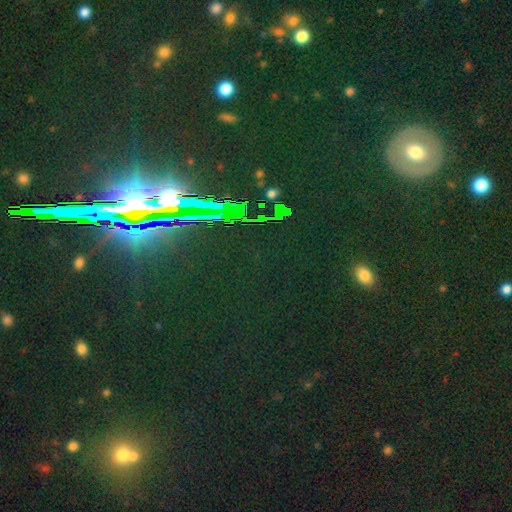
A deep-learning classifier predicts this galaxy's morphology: Smooth or featured? star or artifact (75%)